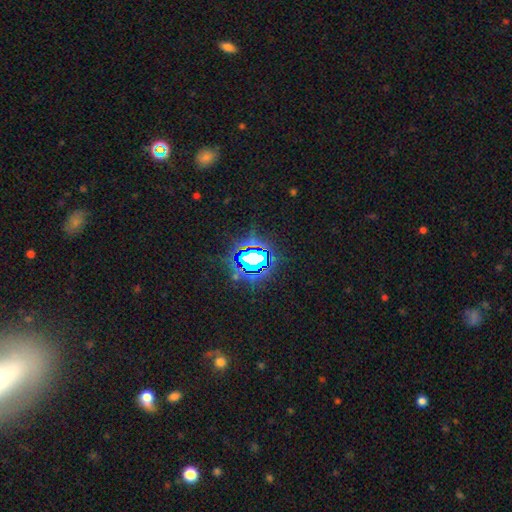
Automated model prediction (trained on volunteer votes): Smooth or featured? Predicted: star or artifact (p=0.75).